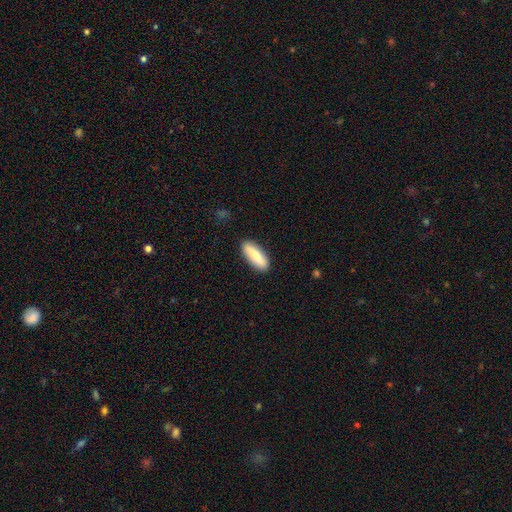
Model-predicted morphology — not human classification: A smooth galaxy with no disk features (74%) that is in between round and cigar-shaped (50%).

Vote fractions:
- Smooth or featured? smooth: 74% / featured or disk: 20% / star or artifact: 6%
- How rounded? in between: 50% / cigar-shaped: 48% / round: 2%
- Merging? none: 89% / minor disturbance: 8% / major disturbance: 2% / merger: 1%